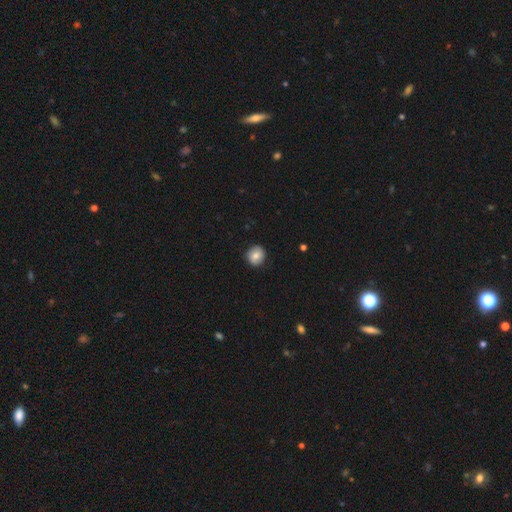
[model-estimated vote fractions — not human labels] The model was most divided on "smooth or featured": smooth: 77%, featured or disk: 14%, star or artifact: 8%. More confident: merging — none (88%); how rounded — round (83%).